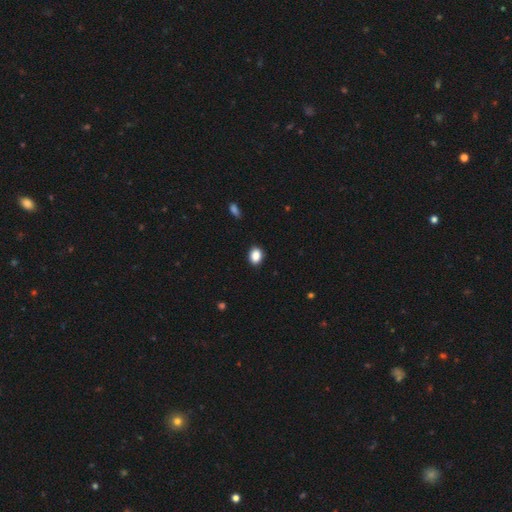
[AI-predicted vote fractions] Smooth or featured? smooth (88%)
How rounded? in between (65%)
Merging? none (89%)